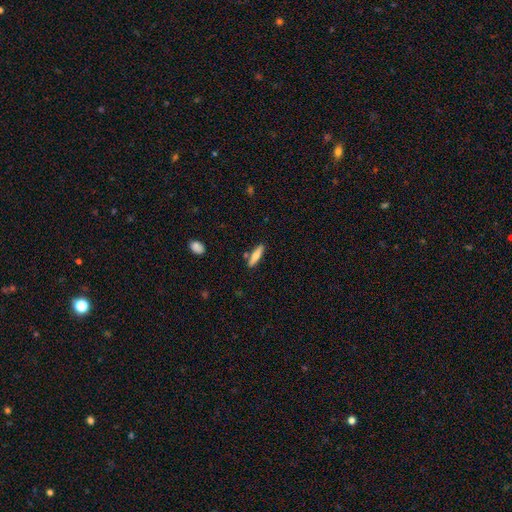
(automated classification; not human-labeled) Smooth or featured?
  - smooth: 68% *
  - featured or disk: 26%
  - star or artifact: 6%
How rounded?
  - cigar-shaped: 70% *
  - in between: 28%
  - round: 2%
Merging?
  - none: 84% *
  - minor disturbance: 10%
  - merger: 4%
  - major disturbance: 2%